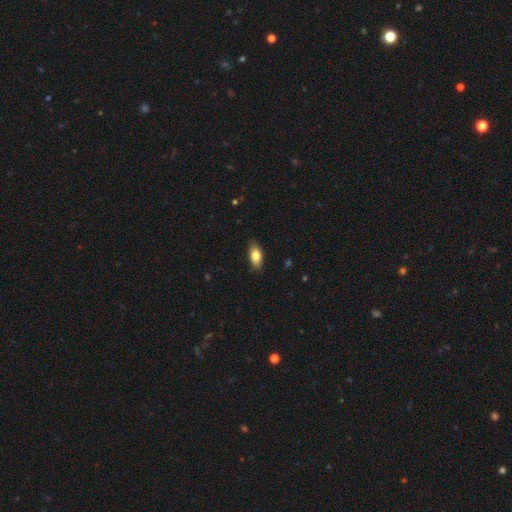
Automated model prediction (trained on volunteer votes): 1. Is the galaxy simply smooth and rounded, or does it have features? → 80% smooth, 13% featured or disk, 7% star or artifact.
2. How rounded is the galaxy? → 86% in between, 10% cigar-shaped, 4% round.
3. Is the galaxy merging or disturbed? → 85% none, 12% minor disturbance, 2% major disturbance, 1% merger.